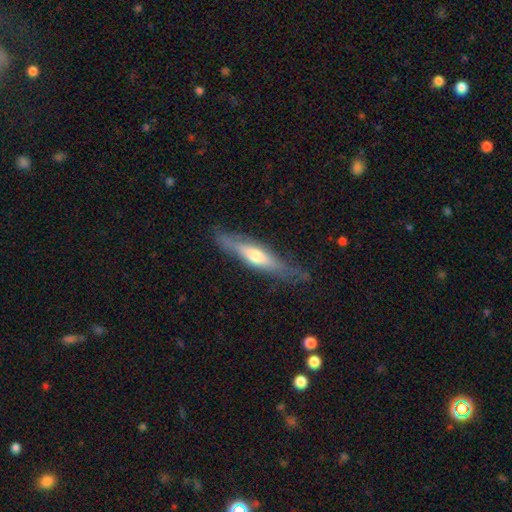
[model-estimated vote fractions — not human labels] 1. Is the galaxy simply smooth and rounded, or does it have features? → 56% featured or disk, 38% smooth, 5% star or artifact.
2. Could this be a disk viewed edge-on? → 88% yes, 12% no.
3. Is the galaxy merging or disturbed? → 74% none, 19% minor disturbance, 5% major disturbance, 2% merger.